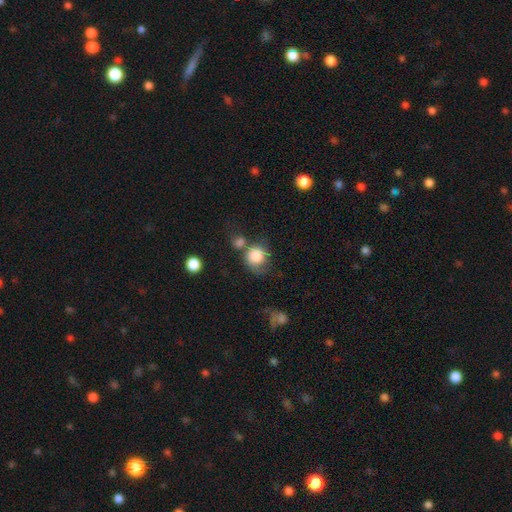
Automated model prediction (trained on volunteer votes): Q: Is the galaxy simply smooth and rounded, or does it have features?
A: smooth — 84%.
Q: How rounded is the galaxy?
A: round — 84%.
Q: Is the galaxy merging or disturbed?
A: none — 42%.